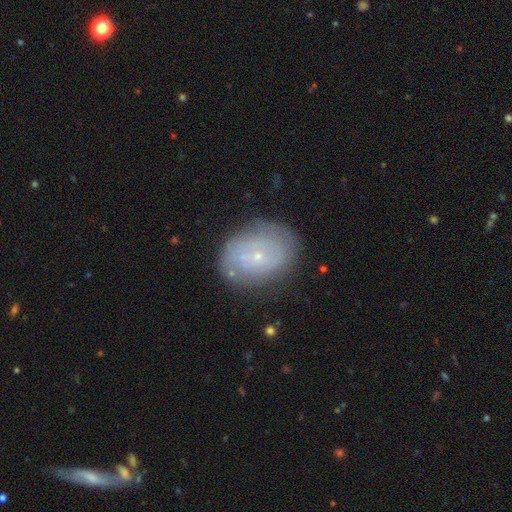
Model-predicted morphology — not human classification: Smooth or featured? Predicted: featured or disk (p=0.61). Edge-on disk? Predicted: no (p=0.96). Bar? Predicted: no (p=0.76). Spiral arms? Predicted: yes (p=0.62). Bulge size? Predicted: small (p=0.84). Merging? Predicted: none (p=0.74).